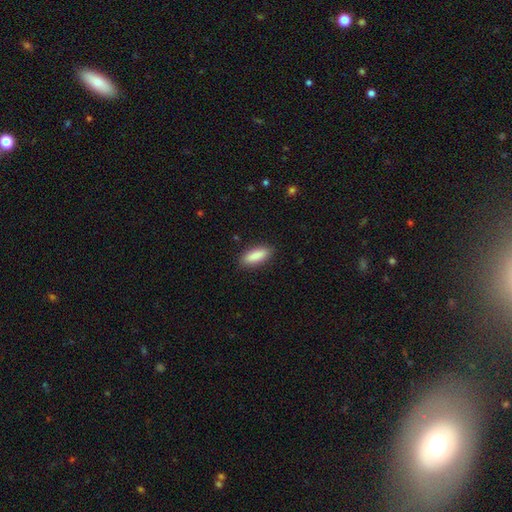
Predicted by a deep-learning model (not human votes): smooth-or-featured: smooth: 88% | featured or disk: 6% | star or artifact: 6%
  how-rounded: in between: 68% | cigar-shaped: 30% | round: 2%
  merging: none: 88% | minor disturbance: 9% | major disturbance: 2% | merger: 1%